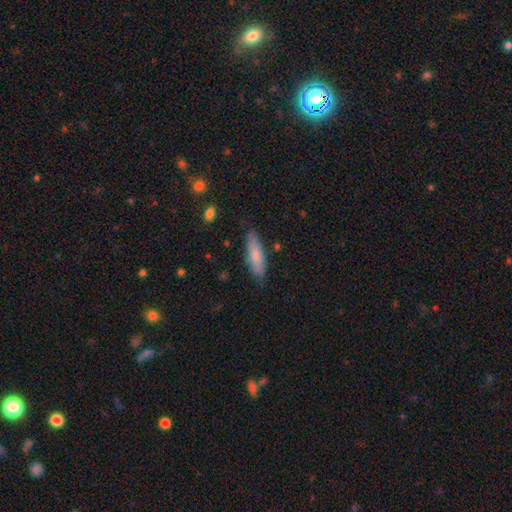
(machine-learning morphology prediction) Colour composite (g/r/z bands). It shows a smooth galaxy with no disk features (74%) that is cigar-shaped (60%). Merging: none (80%).